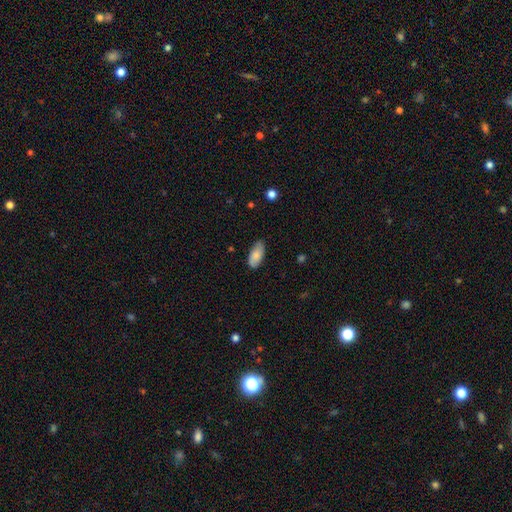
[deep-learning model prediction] Smooth or featured? Predicted: smooth (p=0.80). How rounded? Predicted: in between (p=0.90). Merging? Predicted: none (p=0.82).